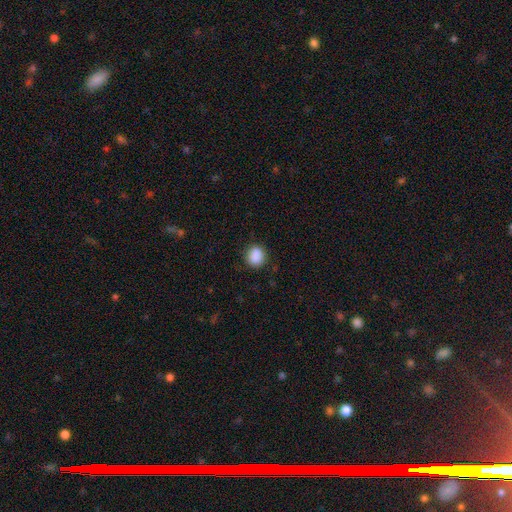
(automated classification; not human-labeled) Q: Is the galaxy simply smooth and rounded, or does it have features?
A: smooth — 89%.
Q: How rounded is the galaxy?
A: round — 71%.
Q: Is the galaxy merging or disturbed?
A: none — 86%.